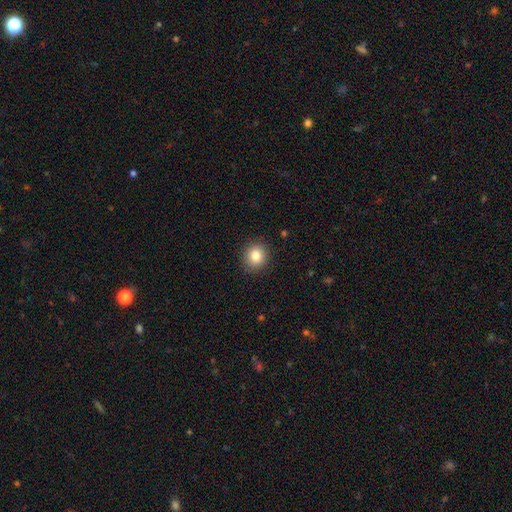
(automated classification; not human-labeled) Overall: smooth (83%). How rounded: round (80%). Merging: none (90%).